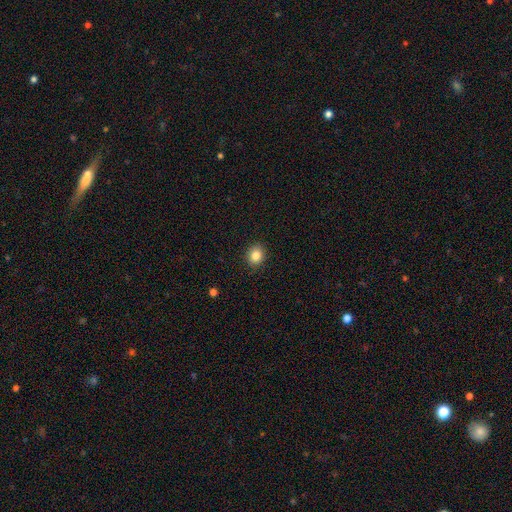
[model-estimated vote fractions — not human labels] This appears to be a smooth galaxy with no disk features (84%) that is round (71%). Merging: none (90%).